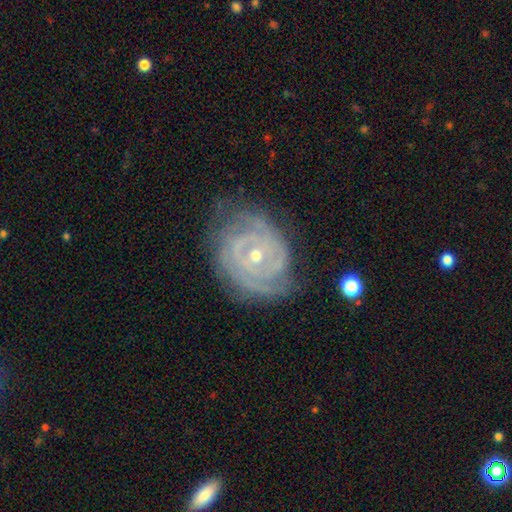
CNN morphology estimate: Smooth or featured? Predicted: featured or disk (p=0.88). Edge-on disk? Predicted: no (p=0.97). Bar? Predicted: no (p=0.70). Spiral arms? Predicted: yes (p=0.95). Spiral winding? Predicted: tight (p=0.80). Spiral arm count? Predicted: can't tell (p=0.29). Bulge size? Predicted: small (p=0.57). Merging? Predicted: none (p=0.69).